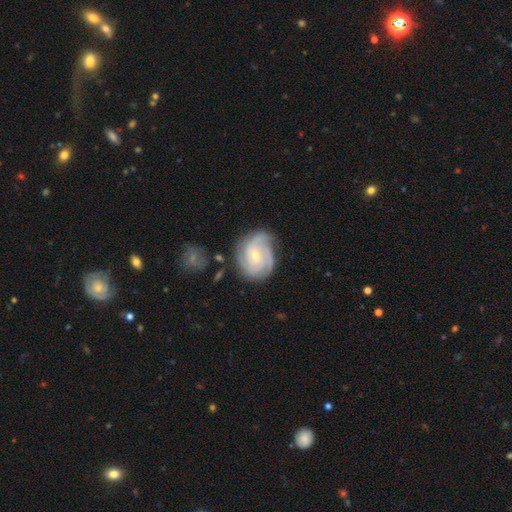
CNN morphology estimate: The model was most divided on "spiral arm count": 3: 44%, 4: 22%, can't tell: 14%, 2: 11%, more than 4: 4%, 1: 4%. More confident: edge-on disk — no (98%); spiral arms — yes (97%); smooth or featured — featured or disk (85%); merging — none (69%); spiral winding — tight (63%); bulge size — small (63%); bar — no (58%).